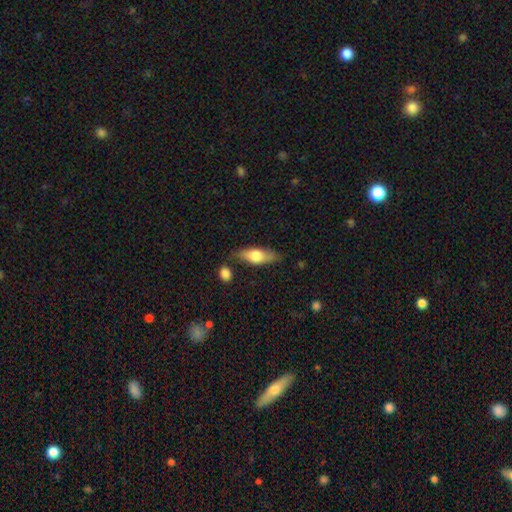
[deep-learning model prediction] Smooth or featured? smooth (62%)
How rounded? in between (64%)
Merging? none (70%)